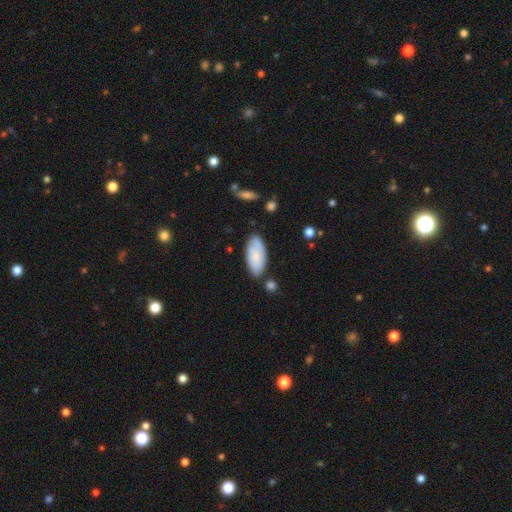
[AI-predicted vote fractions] Q: Smooth or featured?
A: smooth (70%); runner-up: featured or disk (23%)
Q: How rounded?
A: in between (90%); runner-up: cigar-shaped (8%)
Q: Merging?
A: none (70%); runner-up: minor disturbance (19%)